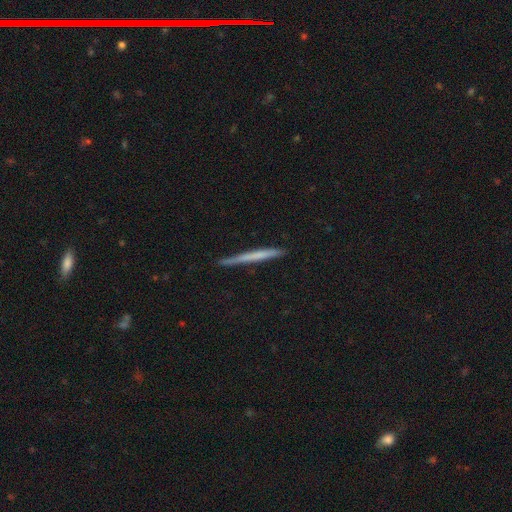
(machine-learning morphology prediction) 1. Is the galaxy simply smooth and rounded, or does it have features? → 50% smooth, 44% featured or disk, 6% star or artifact.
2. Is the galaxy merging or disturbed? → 87% none, 10% minor disturbance, 2% major disturbance, 1% merger.